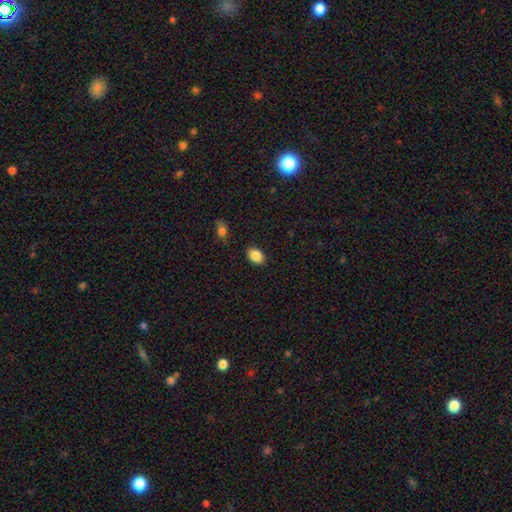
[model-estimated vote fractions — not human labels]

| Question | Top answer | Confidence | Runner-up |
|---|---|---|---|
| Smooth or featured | smooth | 87% | star or artifact (8%) |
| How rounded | in between | 81% | round (18%) |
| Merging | none | 88% | minor disturbance (9%) |